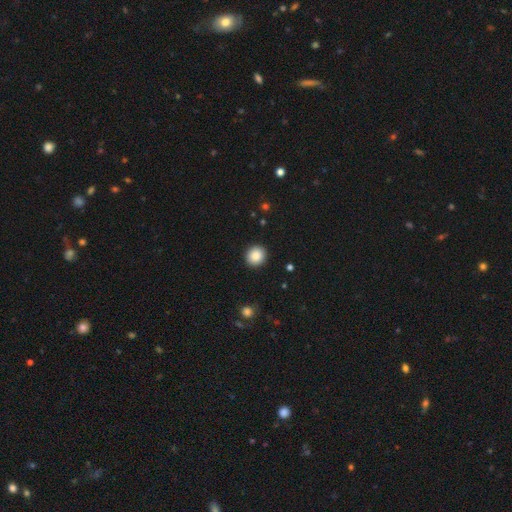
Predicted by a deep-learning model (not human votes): Smooth or featured? smooth (87%)
How rounded? round (88%)
Merging? none (92%)